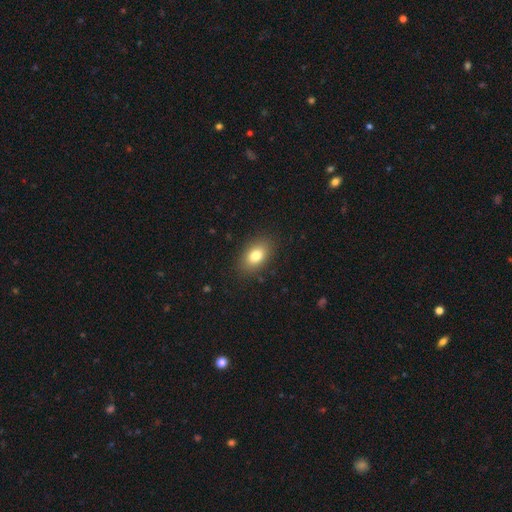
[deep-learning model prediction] Smooth or featured? smooth (80%)
How rounded? in between (87%)
Merging? none (87%)